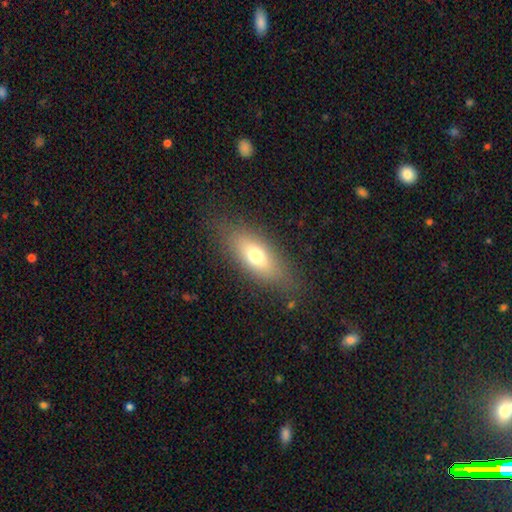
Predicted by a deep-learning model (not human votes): A smooth galaxy with no disk features (68%) that is in between round and cigar-shaped (71%).

Vote fractions:
- Smooth or featured? smooth: 68% / featured or disk: 23% / star or artifact: 9%
- How rounded? in between: 71% / cigar-shaped: 24% / round: 5%
- Merging? none: 80% / minor disturbance: 13% / major disturbance: 5% / merger: 1%